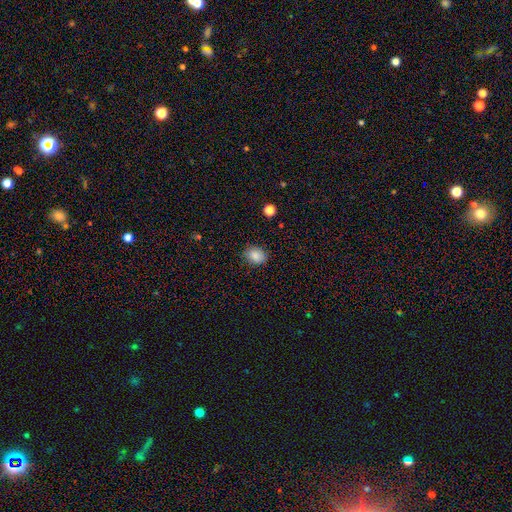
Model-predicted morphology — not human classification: smooth 87%, star or artifact 9%, featured or disk 4%. Down the decision tree: how rounded — in between (58%); merging — none (84%).